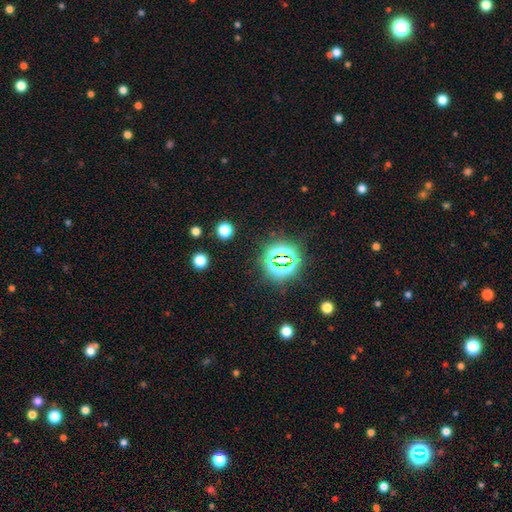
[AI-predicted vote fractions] Smooth or featured?
  - star or artifact: 79% *
  - smooth: 14%
  - featured or disk: 7%